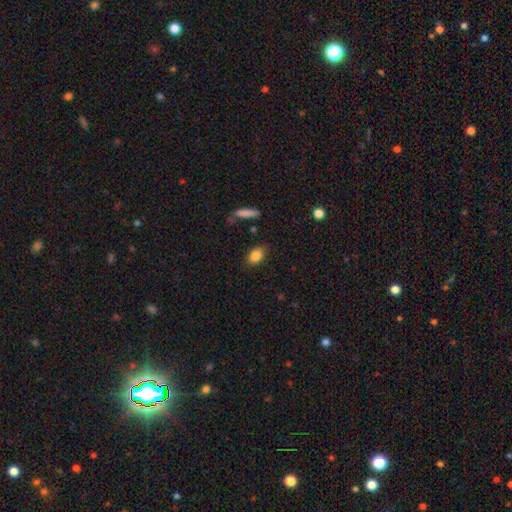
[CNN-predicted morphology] Q: Smooth or featured?
A: smooth (85%); runner-up: star or artifact (8%)
Q: How rounded?
A: in between (79%); runner-up: round (18%)
Q: Merging?
A: none (82%); runner-up: minor disturbance (12%)